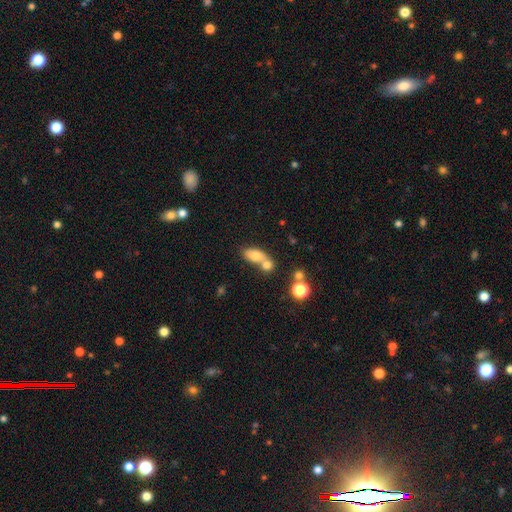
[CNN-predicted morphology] smooth_or_featured: smooth (p=0.75) [alt: featured or disk p=0.15]
how_rounded: in between (p=0.80) [alt: round p=0.13]
merging: merger (p=0.56) [alt: none p=0.30]